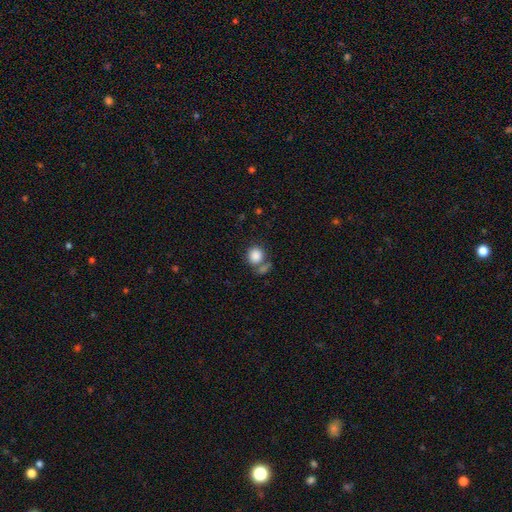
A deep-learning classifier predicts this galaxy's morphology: Smooth or featured?
  - smooth: 86% *
  - star or artifact: 9%
  - featured or disk: 6%
How rounded?
  - round: 79% *
  - in between: 20%
  - cigar-shaped: 1%
Merging?
  - none: 55% *
  - merger: 26%
  - minor disturbance: 12%
  - major disturbance: 6%